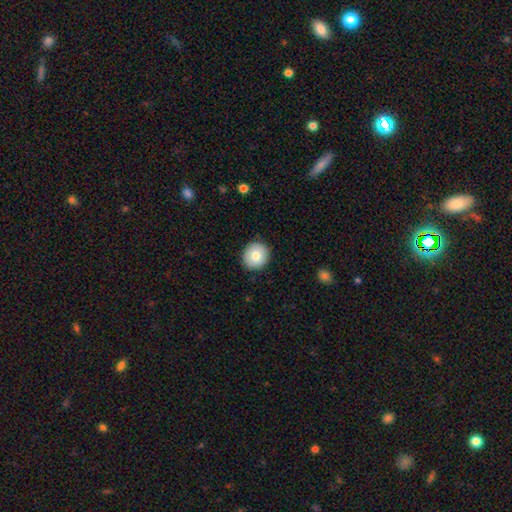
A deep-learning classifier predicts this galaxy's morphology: This appears to be a smooth galaxy with no disk features (79%) that is round (86%). Merging: none (90%).